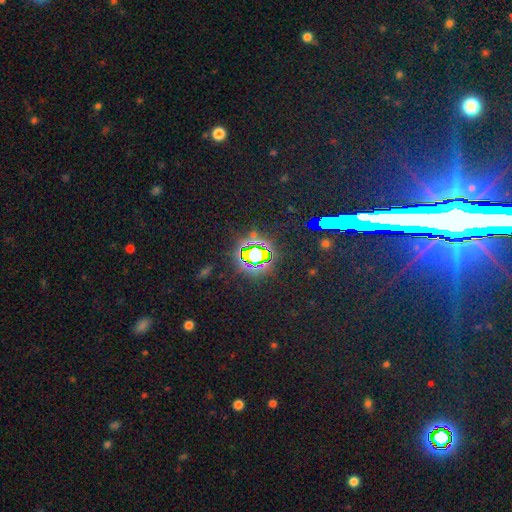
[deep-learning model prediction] A star or artifact, not a galaxy (73%).

Vote fractions:
- Smooth or featured? star or artifact: 73% / smooth: 16% / featured or disk: 11%